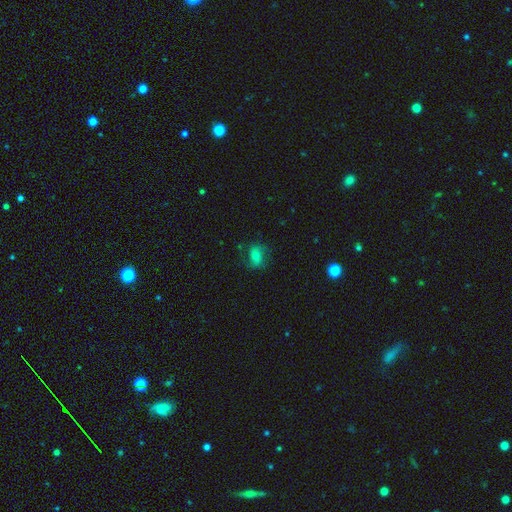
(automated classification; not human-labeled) Smooth or featured?
  - smooth: 52% *
  - featured or disk: 36%
  - star or artifact: 12%
How rounded?
  - in between: 54% *
  - round: 45%
  - cigar-shaped: 2%
Merging?
  - none: 70% *
  - minor disturbance: 19%
  - major disturbance: 10%
  - merger: 2%